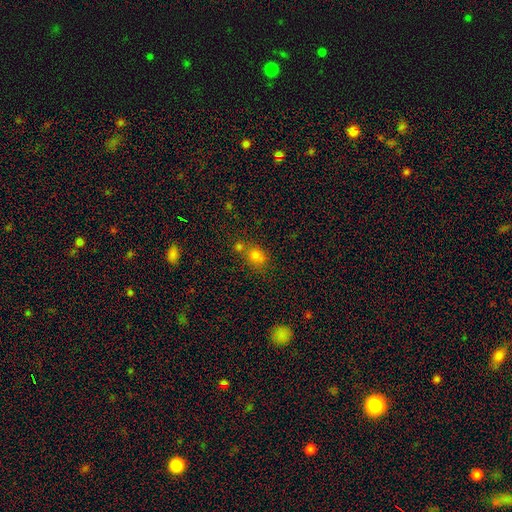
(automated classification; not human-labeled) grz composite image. It shows a smooth galaxy with no disk features (76%) that is in between round and cigar-shaped (49%, tied with round). Merging: none (51%).